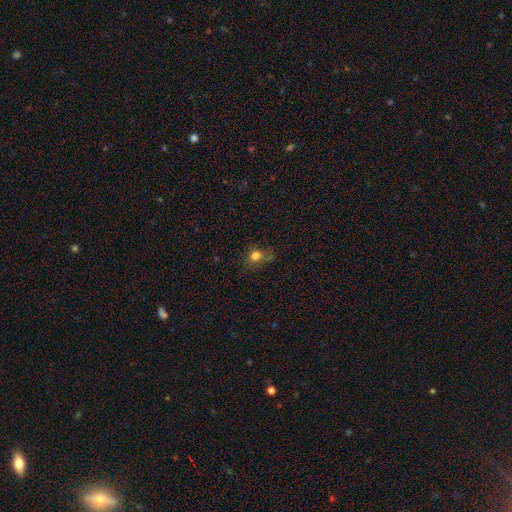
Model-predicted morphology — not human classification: Smooth or featured: smooth — 76% (star or artifact — 15%)
How rounded: round — 53% (in between — 45%)
Merging: none — 58% (minor disturbance — 26%)